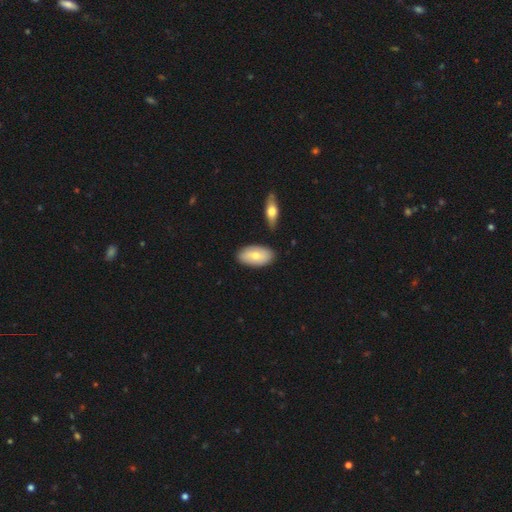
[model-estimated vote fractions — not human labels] Q: Smooth or featured?
A: smooth (68%); runner-up: featured or disk (26%)
Q: How rounded?
A: in between (95%); runner-up: round (3%)
Q: Merging?
A: none (82%); runner-up: minor disturbance (11%)